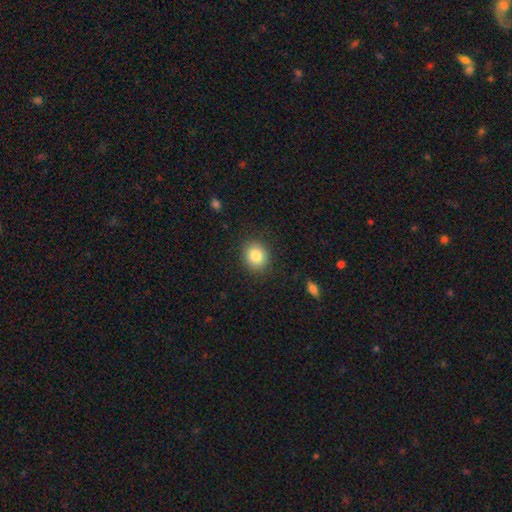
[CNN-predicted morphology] Overall: smooth (83%). How rounded: round (74%). Merging: none (88%).